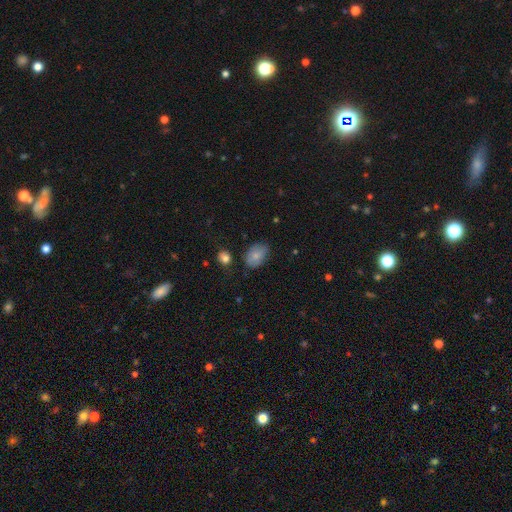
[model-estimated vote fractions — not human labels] Q: Smooth or featured?
A: smooth (78%); runner-up: featured or disk (14%)
Q: How rounded?
A: in between (83%); runner-up: round (16%)
Q: Merging?
A: none (67%); runner-up: minor disturbance (25%)